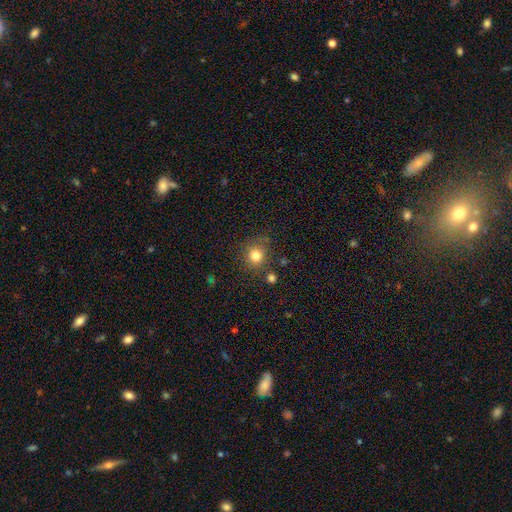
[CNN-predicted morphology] Smooth or featured?
  - smooth: 81% *
  - star or artifact: 13%
  - featured or disk: 6%
How rounded?
  - round: 89% *
  - in between: 10%
  - cigar-shaped: 1%
Merging?
  - none: 78% *
  - minor disturbance: 12%
  - merger: 6%
  - major disturbance: 4%